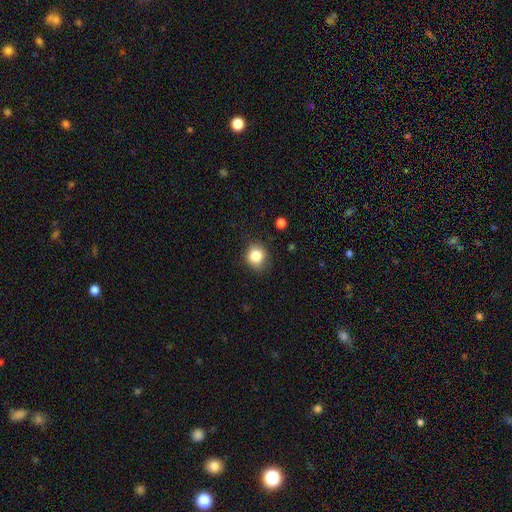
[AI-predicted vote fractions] A smooth galaxy with no disk features (83%) that is round (76%).

Vote fractions:
- Smooth or featured? smooth: 83% / star or artifact: 11% / featured or disk: 6%
- How rounded? round: 76% / in between: 23% / cigar-shaped: 1%
- Merging? none: 82% / minor disturbance: 14% / major disturbance: 3% / merger: 1%